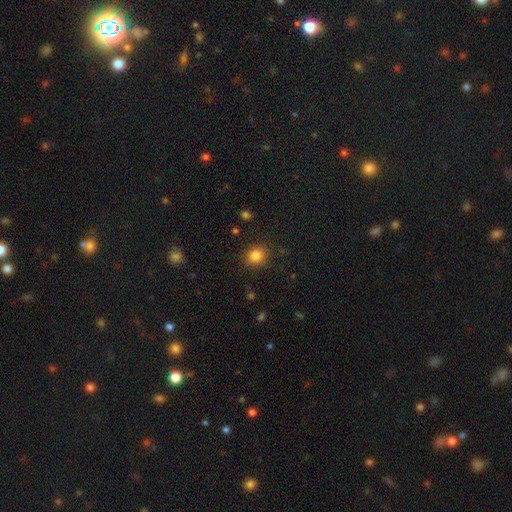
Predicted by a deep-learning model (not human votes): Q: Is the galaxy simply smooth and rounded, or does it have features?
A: smooth — 83%.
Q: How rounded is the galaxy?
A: round — 74%.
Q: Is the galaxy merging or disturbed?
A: none — 86%.